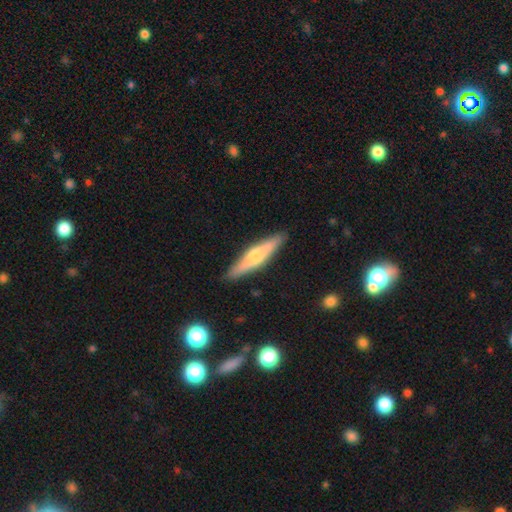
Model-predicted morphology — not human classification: A smooth galaxy with no disk features (47%, tied with featured or disk).

Vote fractions:
- Smooth or featured? smooth: 47% (tied) / featured or disk: 47% (tied) / star or artifact: 5%
- Merging? none: 89% / minor disturbance: 8% / major disturbance: 2% / merger: 1%